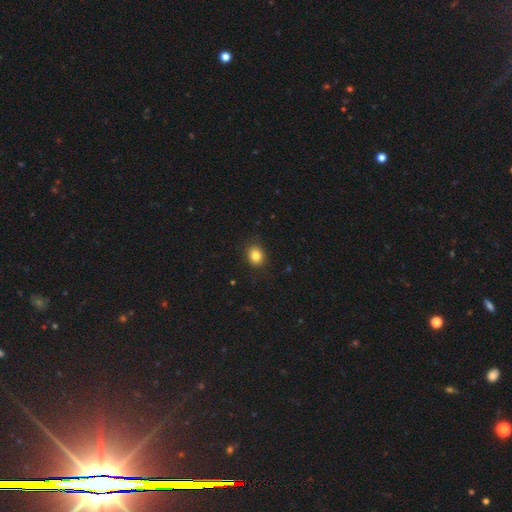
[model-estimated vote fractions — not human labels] A smooth galaxy with no disk features (84%) that is round (59%).

Vote fractions:
- Smooth or featured? smooth: 84% / star or artifact: 11% / featured or disk: 6%
- How rounded? round: 59% / in between: 40% / cigar-shaped: 1%
- Merging? none: 89% / minor disturbance: 8% / major disturbance: 2% / merger: 1%